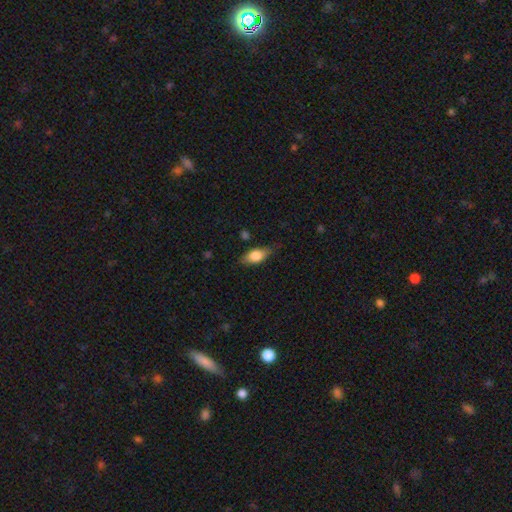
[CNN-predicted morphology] smooth 71%, featured or disk 22%, star or artifact 7%. Down the decision tree: how rounded — in between (81%); merging — none (73%).